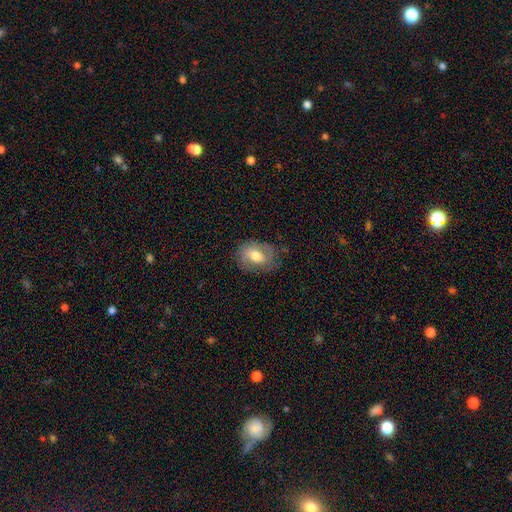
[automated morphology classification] Smooth or featured: smooth — 60% (featured or disk — 32%)
How rounded: in between — 68% (round — 31%)
Merging: none — 68% (minor disturbance — 22%)